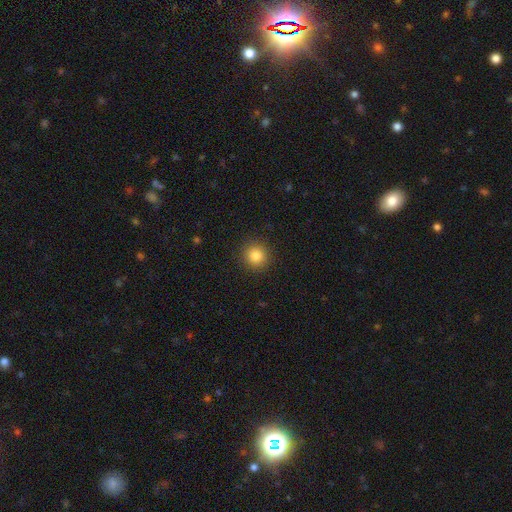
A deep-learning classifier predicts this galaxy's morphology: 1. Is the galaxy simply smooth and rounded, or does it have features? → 83% smooth, 11% star or artifact, 6% featured or disk.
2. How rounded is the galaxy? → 93% round, 6% in between, 1% cigar-shaped.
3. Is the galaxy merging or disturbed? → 91% none, 6% minor disturbance, 2% major disturbance, 1% merger.